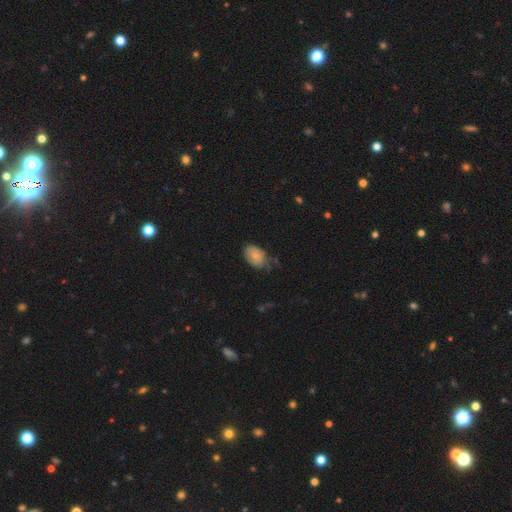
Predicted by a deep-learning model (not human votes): smooth-or-featured: smooth: 76% | featured or disk: 16% | star or artifact: 8%
  how-rounded: in between: 85% | round: 14% | cigar-shaped: 1%
  merging: none: 54% | minor disturbance: 34% | major disturbance: 9% | merger: 2%